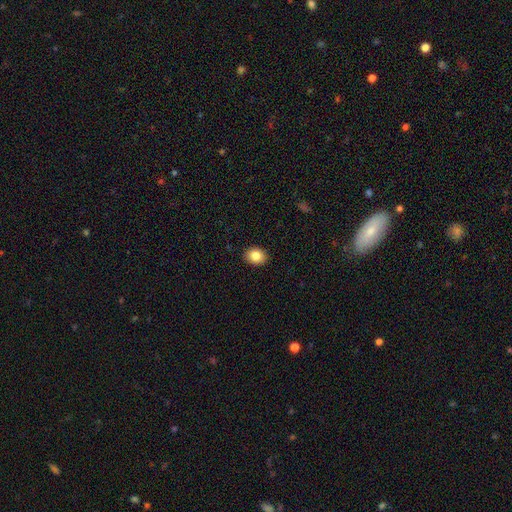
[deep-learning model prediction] smooth 85%, star or artifact 9%, featured or disk 6%. Down the decision tree: how rounded — in between (54%); merging — none (90%).